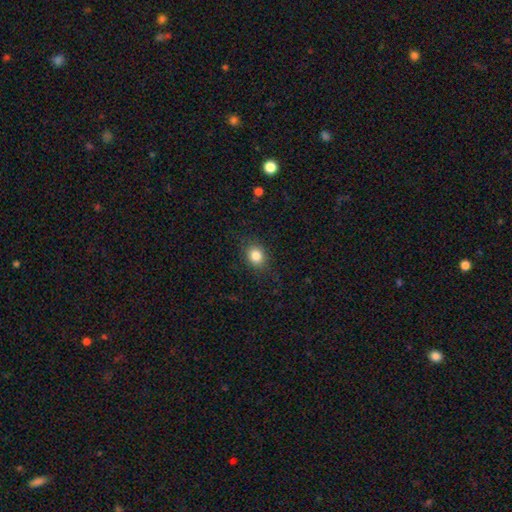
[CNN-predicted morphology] This appears to be a smooth galaxy with no disk features (84%) that is round (59%). Merging: none (84%).